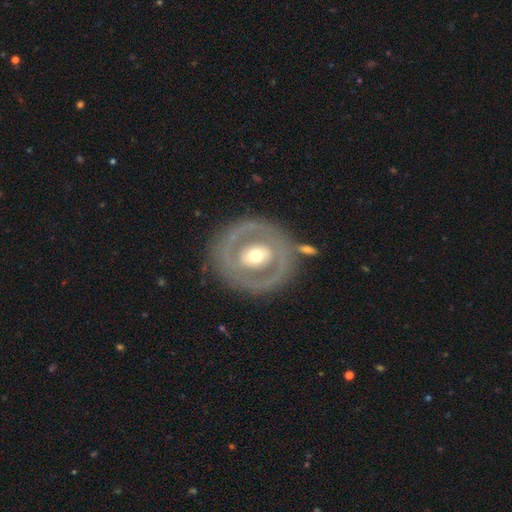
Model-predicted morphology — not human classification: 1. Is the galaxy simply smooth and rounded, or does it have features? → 71% featured or disk, 23% smooth, 6% star or artifact.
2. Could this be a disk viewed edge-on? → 94% no, 6% yes.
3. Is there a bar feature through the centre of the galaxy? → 48% no, 30% weak, 22% strong.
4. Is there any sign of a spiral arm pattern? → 68% no, 32% yes.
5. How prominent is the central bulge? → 69% moderate, 21% small, 8% large, 1% dominant, 1% none.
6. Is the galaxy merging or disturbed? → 79% none, 12% minor disturbance, 6% major disturbance, 3% merger.